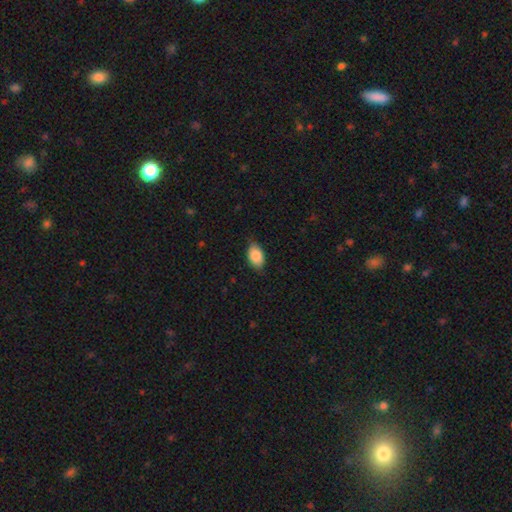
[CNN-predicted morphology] type=smooth (86%); roundness=in between (89%); merging=none (75%).